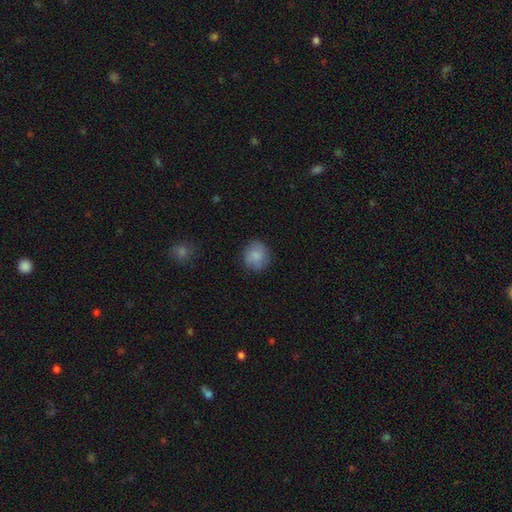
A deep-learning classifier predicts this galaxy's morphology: Smooth or featured? smooth (84%)
How rounded? round (84%)
Merging? none (81%)